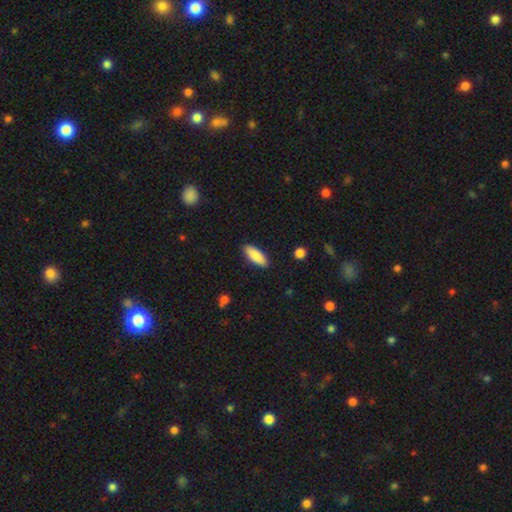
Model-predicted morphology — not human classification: Smooth or featured? Predicted: smooth (p=0.87). How rounded? Predicted: in between (p=0.69). Merging? Predicted: none (p=0.89).